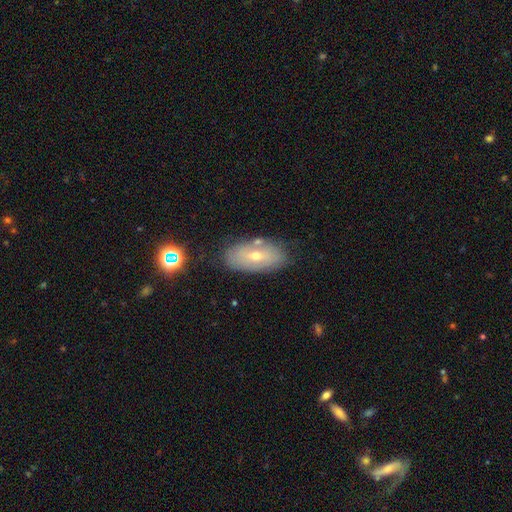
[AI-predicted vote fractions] This appears to be a smooth galaxy with no disk features (46%). Merging: none (75%).